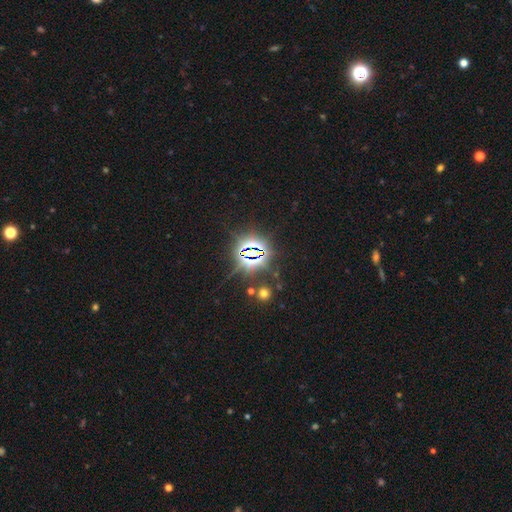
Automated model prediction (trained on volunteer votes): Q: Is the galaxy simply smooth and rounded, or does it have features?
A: star or artifact — 80%.